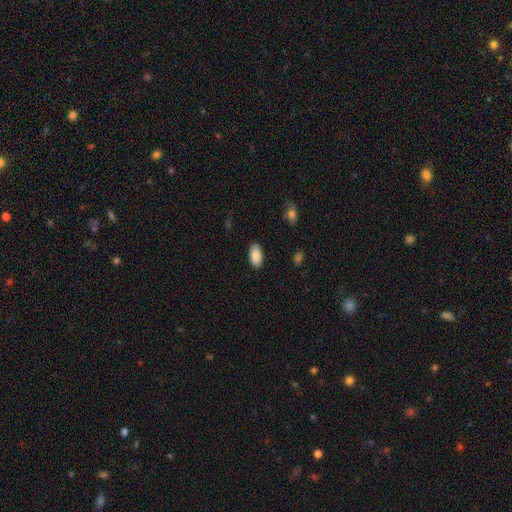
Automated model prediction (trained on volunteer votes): smooth-or-featured: smooth: 88% | star or artifact: 7% | featured or disk: 6%
  how-rounded: in between: 93% | cigar-shaped: 5% | round: 2%
  merging: none: 88% | minor disturbance: 9% | major disturbance: 2% | merger: 1%